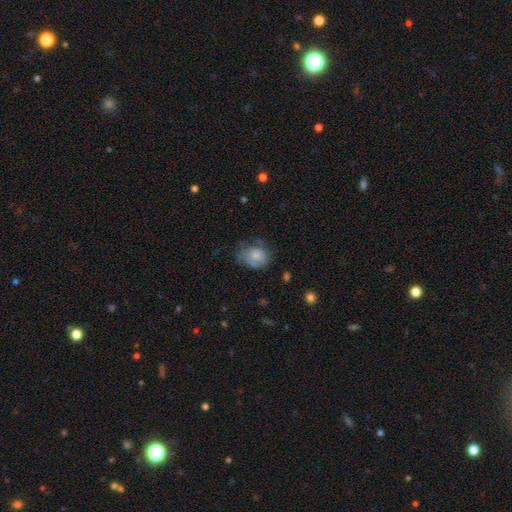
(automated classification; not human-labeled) This appears to be a smooth galaxy with no disk features (70%) that is in between round and cigar-shaped (52%). Merging: none (45%).